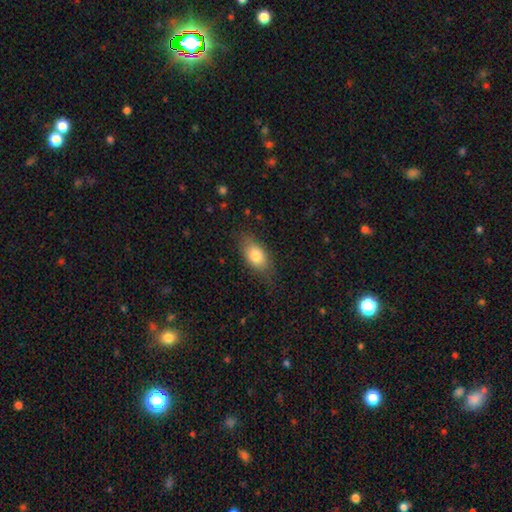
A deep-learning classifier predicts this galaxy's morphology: type=smooth (79%); roundness=in between (86%); merging=none (75%).